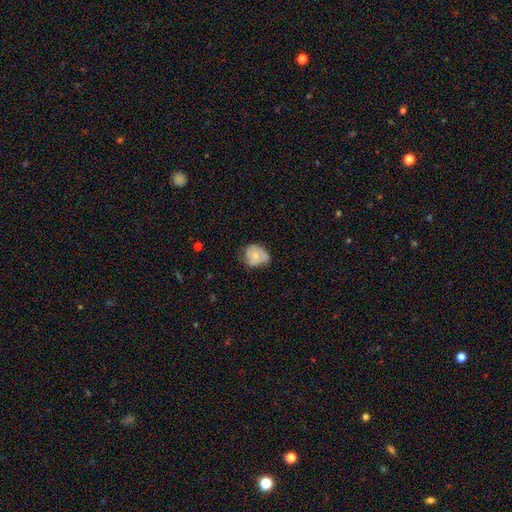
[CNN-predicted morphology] This is likely a smooth galaxy (61%). How rounded: likely round (64%). Merging: marginally none (44%).